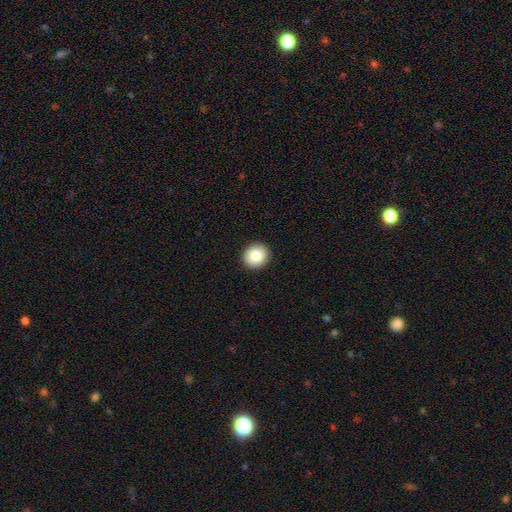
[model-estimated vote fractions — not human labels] Overall: smooth (85%). How rounded: round (80%). Merging: none (93%).